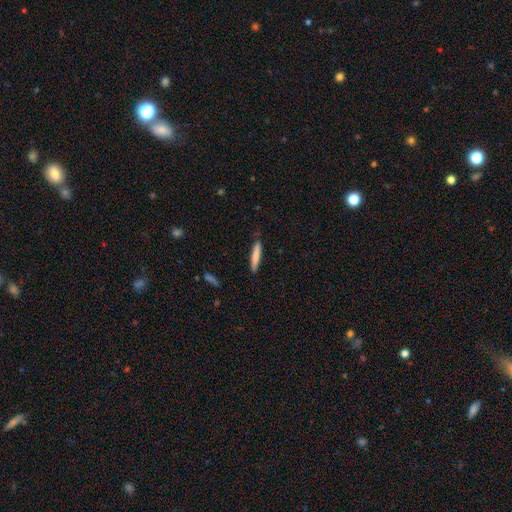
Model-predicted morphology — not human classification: Smooth or featured? Predicted: smooth (p=0.77). How rounded? Predicted: cigar-shaped (p=0.92). Merging? Predicted: none (p=0.83).